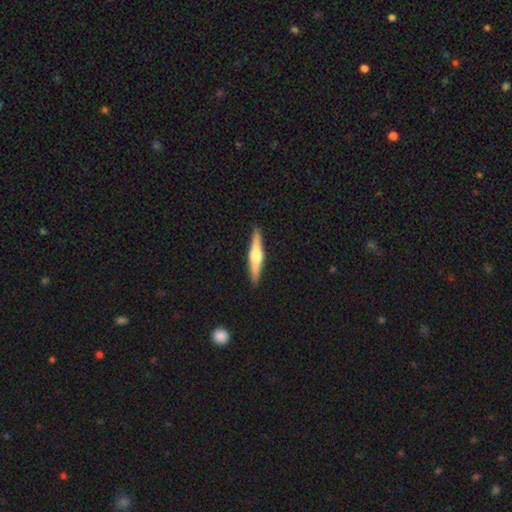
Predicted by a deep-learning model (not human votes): Smooth or featured? Predicted: featured or disk (p=0.57). Edge-on disk? Predicted: yes (p=0.97). Edge-on bulge? Predicted: rounded (p=0.88). Merging? Predicted: none (p=0.91).